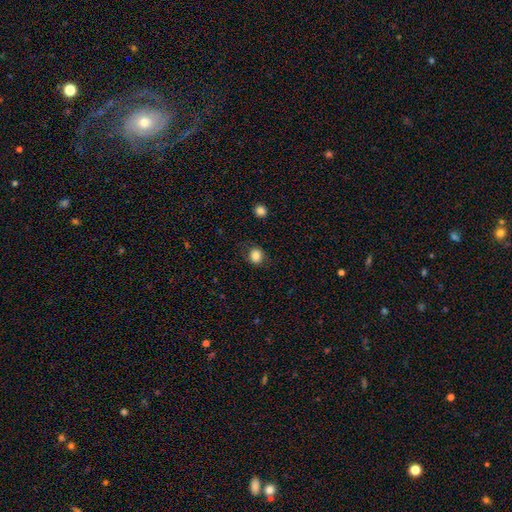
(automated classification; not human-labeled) This is clearly a smooth galaxy (84%). How rounded: likely round (73%). Merging: likely none (78%).